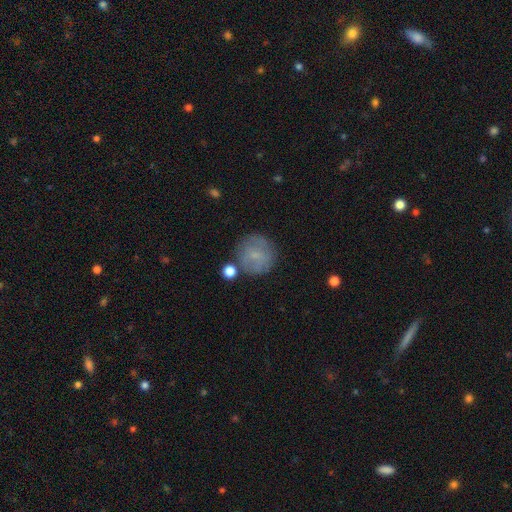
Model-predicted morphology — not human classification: smooth-or-featured: smooth: 66% | featured or disk: 24% | star or artifact: 10%
  how-rounded: round: 91% | in between: 8% | cigar-shaped: 1%
  merging: none: 71% | minor disturbance: 16% | merger: 7% | major disturbance: 6%